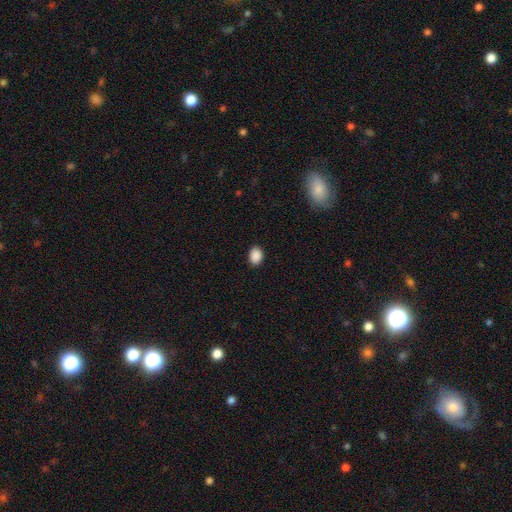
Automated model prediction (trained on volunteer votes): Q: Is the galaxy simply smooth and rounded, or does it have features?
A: smooth — 90%.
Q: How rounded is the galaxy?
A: in between — 70%.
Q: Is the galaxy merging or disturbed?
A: none — 88%.